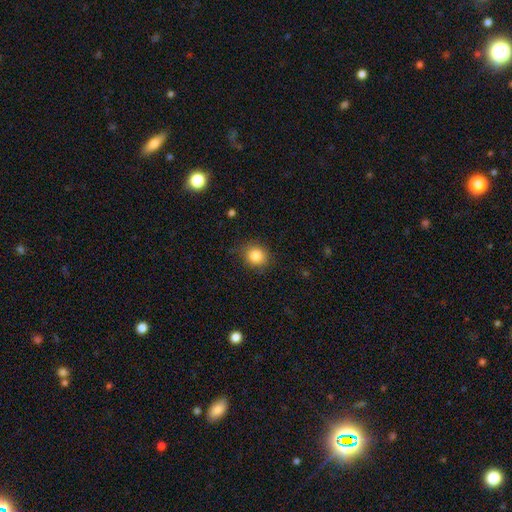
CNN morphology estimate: Q: Smooth or featured?
A: smooth (85%); runner-up: star or artifact (10%)
Q: How rounded?
A: round (77%); runner-up: in between (22%)
Q: Merging?
A: none (80%); runner-up: minor disturbance (15%)